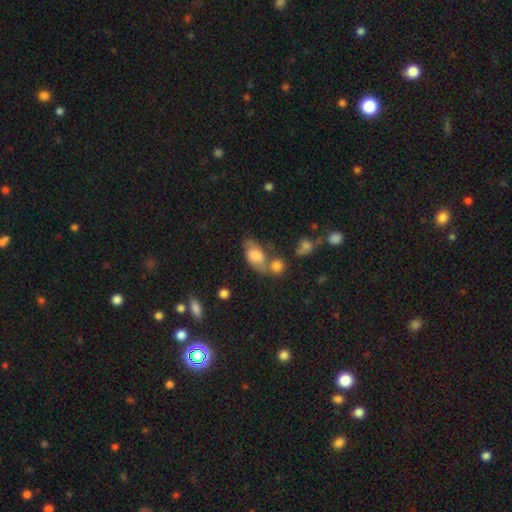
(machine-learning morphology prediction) This appears to be a smooth galaxy with no disk features (66%) that is in between round and cigar-shaped (89%). Merging: none (41%).